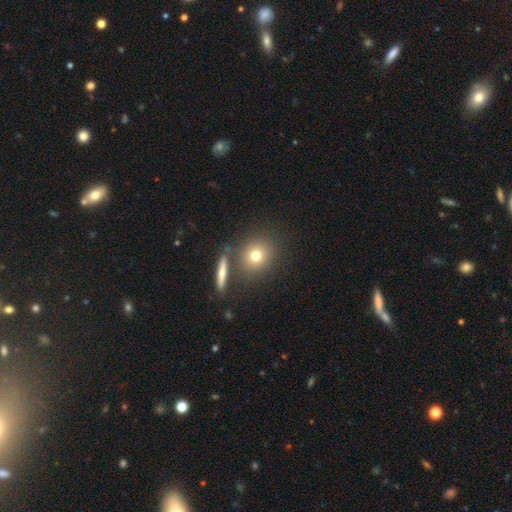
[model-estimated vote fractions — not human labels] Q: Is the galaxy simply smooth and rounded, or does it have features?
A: smooth — 74%.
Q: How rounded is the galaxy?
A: round — 81%.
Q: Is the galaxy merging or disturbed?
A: none — 78%.